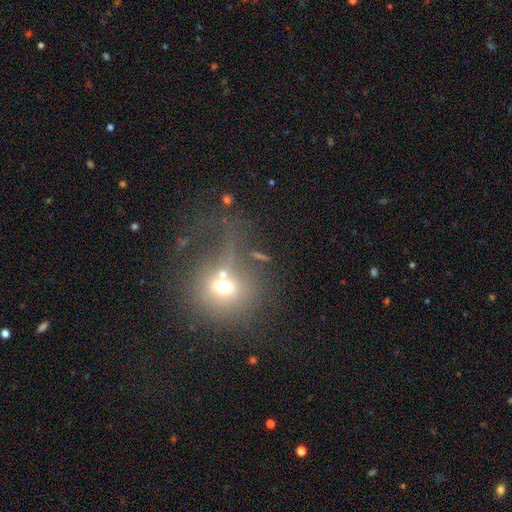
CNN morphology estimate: Smooth or featured? Predicted: smooth (p=0.49). Merging? Predicted: none (p=0.31).